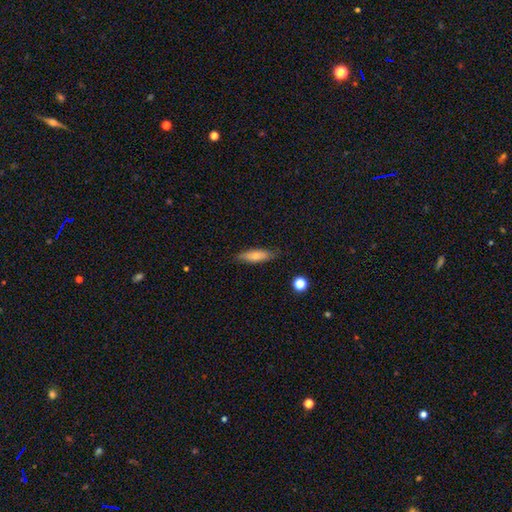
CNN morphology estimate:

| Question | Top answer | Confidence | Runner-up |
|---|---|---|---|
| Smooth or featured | smooth | 69% | featured or disk (24%) |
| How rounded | cigar-shaped | 50% | in between (47%) |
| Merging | none | 80% | minor disturbance (15%) |